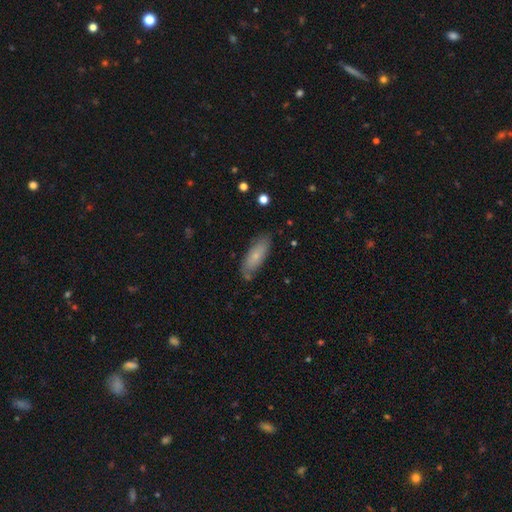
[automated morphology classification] A smooth galaxy with no disk features (68%) that is in between round and cigar-shaped (63%).

Vote fractions:
- Smooth or featured? smooth: 68% / featured or disk: 26% / star or artifact: 7%
- How rounded? in between: 63% / cigar-shaped: 35% / round: 2%
- Merging? none: 75% / minor disturbance: 18% / major disturbance: 4% / merger: 3%